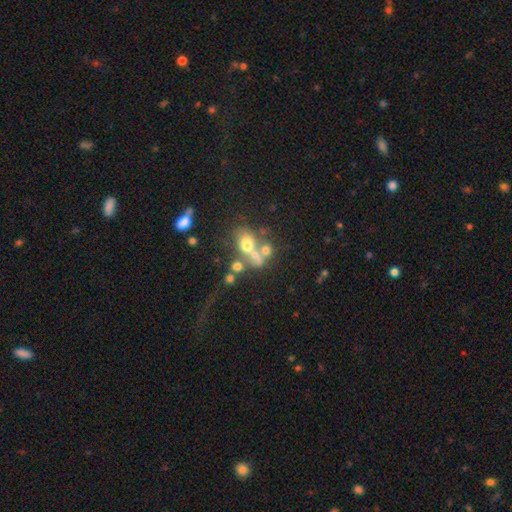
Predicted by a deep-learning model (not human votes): A smooth galaxy with no disk features (53%) that is round (52%). Merging: merger (50%).